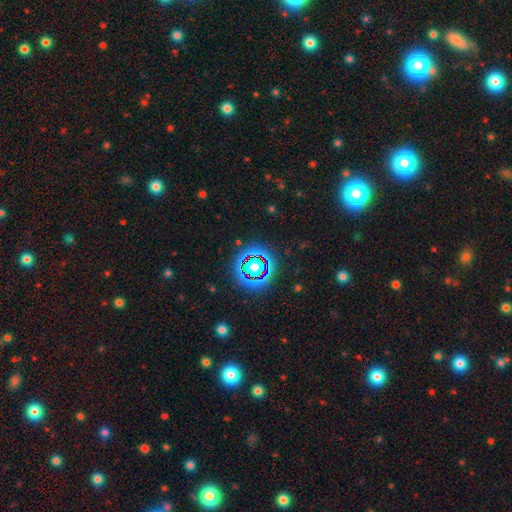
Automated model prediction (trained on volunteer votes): Overall: star or artifact (79%).